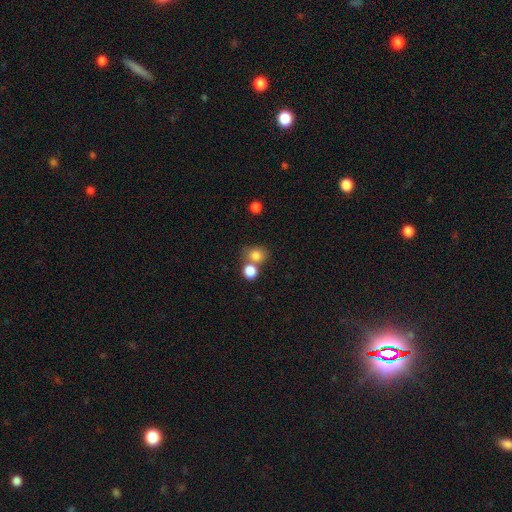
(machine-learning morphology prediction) The model was most divided on "merging": none: 52%, merger: 34%, minor disturbance: 10%, major disturbance: 4%. More confident: smooth or featured — smooth (81%); how rounded — round (68%).